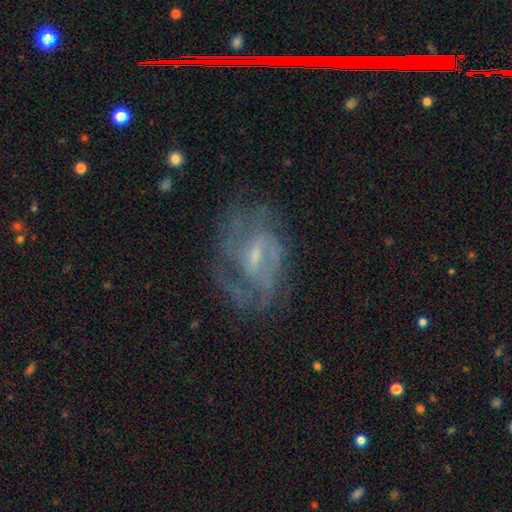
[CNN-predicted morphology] This appears to be a featured or disk galaxy (81%) with a weak bar (55%), 2 (36%) medium (44%) spiral arms (89%) and a small central bulge (53%). Merging: none (63%).